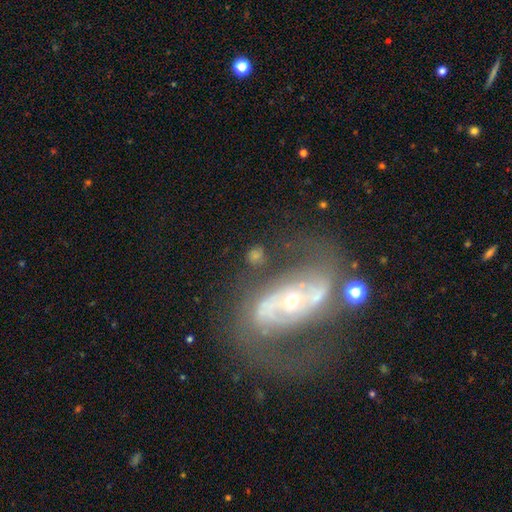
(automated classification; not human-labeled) Smooth or featured?
  - featured or disk: 72% *
  - smooth: 18%
  - star or artifact: 10%
Edge-on disk?
  - no: 93% *
  - yes: 7%
Bar?
  - no: 61% *
  - weak: 25%
  - strong: 15%
Spiral arms?
  - yes: 75% *
  - no: 25%
Bulge size?
  - moderate: 65% *
  - small: 27%
  - large: 5%
  - dominant: 2%
  - none: 2%
Merging?
  - none: 53% *
  - minor disturbance: 20%
  - major disturbance: 18%
  - merger: 10%